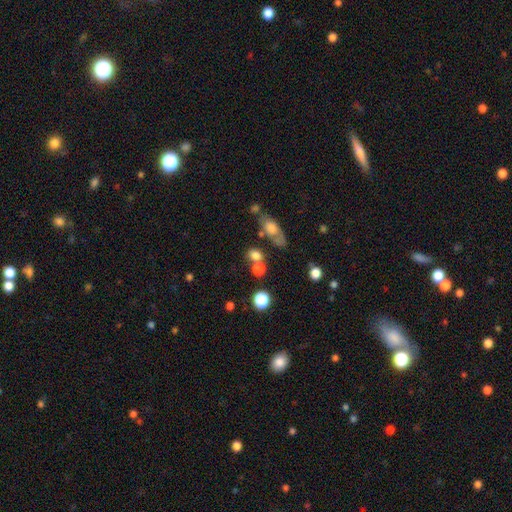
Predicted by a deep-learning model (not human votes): Overall: smooth (75%). How rounded: round (63%; in between 34%). Merging: none (55%; merger 27%).